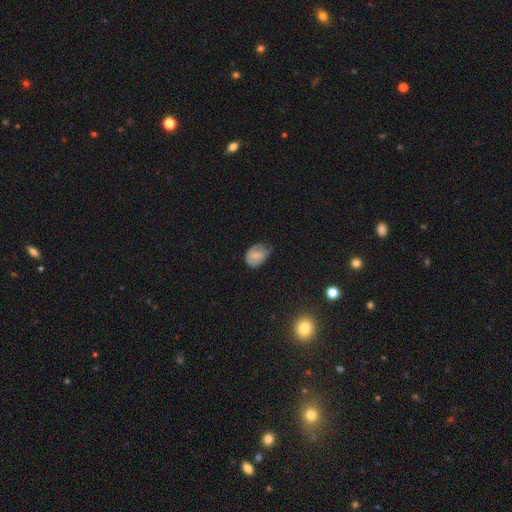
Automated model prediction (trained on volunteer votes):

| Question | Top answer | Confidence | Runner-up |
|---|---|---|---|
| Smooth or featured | smooth | 73% | featured or disk (19%) |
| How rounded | in between | 70% | round (29%) |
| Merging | none | 46% | minor disturbance (40%) |